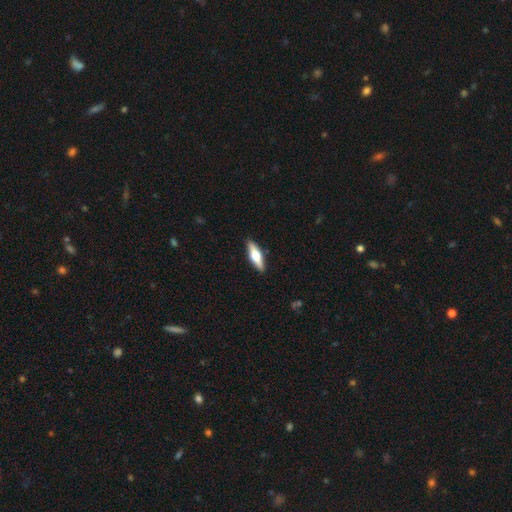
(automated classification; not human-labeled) Smooth or featured? Predicted: featured or disk (p=0.53). Edge-on disk? Predicted: yes (p=0.94). Edge-on bulge? Predicted: rounded (p=0.94). Merging? Predicted: none (p=0.90).